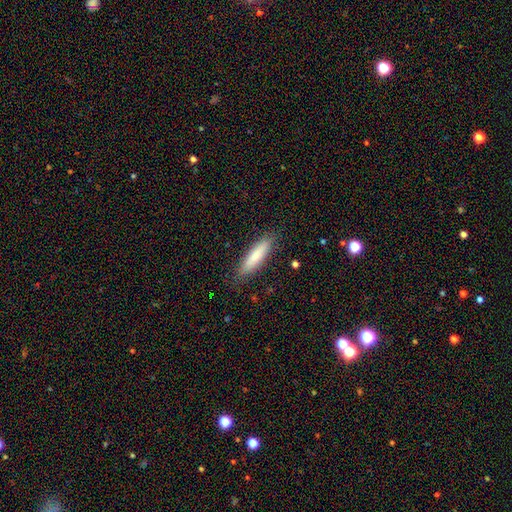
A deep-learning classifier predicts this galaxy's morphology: Overall: smooth (79%). How rounded: cigar-shaped (75%). Merging: none (86%).